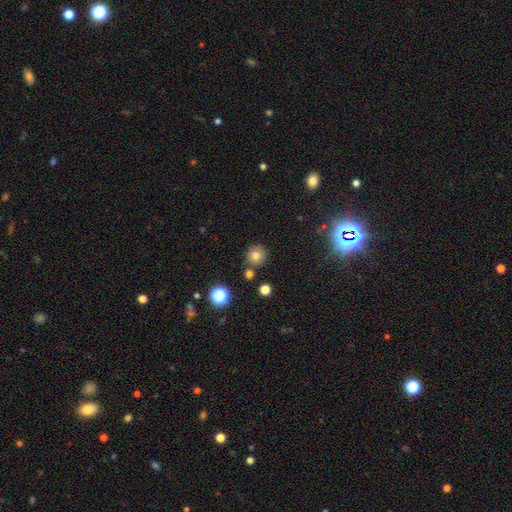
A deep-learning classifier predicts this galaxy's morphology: Smooth or featured?
  - smooth: 76% *
  - star or artifact: 15%
  - featured or disk: 9%
How rounded?
  - round: 92% *
  - in between: 7%
  - cigar-shaped: 1%
Merging?
  - none: 78% *
  - merger: 10%
  - minor disturbance: 10%
  - major disturbance: 3%